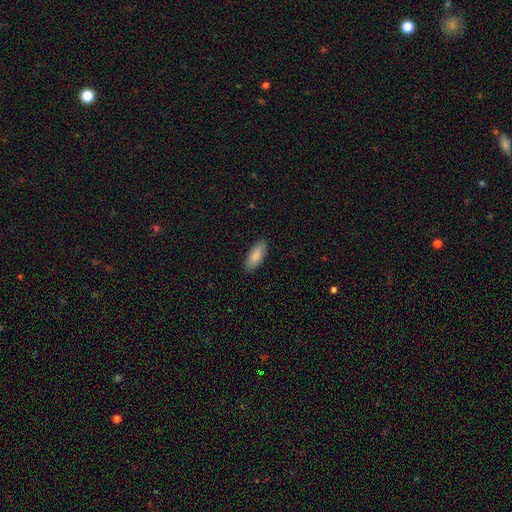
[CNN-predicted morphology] Overall: smooth (87%). How rounded: in between (80%). Merging: none (89%).